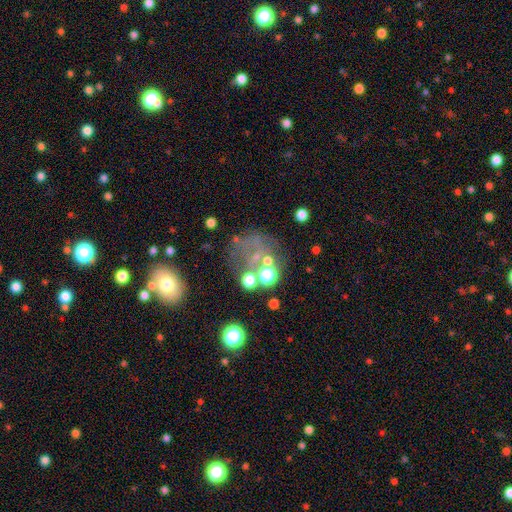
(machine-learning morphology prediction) Q: Smooth or featured?
A: smooth (37%); runner-up: star or artifact (33%)
Q: Merging?
A: none (43%); runner-up: major disturbance (25%)